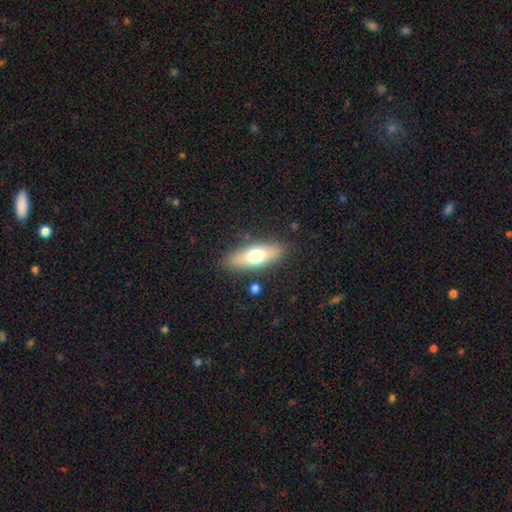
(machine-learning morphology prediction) smooth_or_featured: smooth (p=0.62) [alt: featured or disk p=0.31]
how_rounded: in between (p=0.65) [alt: cigar-shaped p=0.32]
merging: none (p=0.85) [alt: minor disturbance p=0.11]